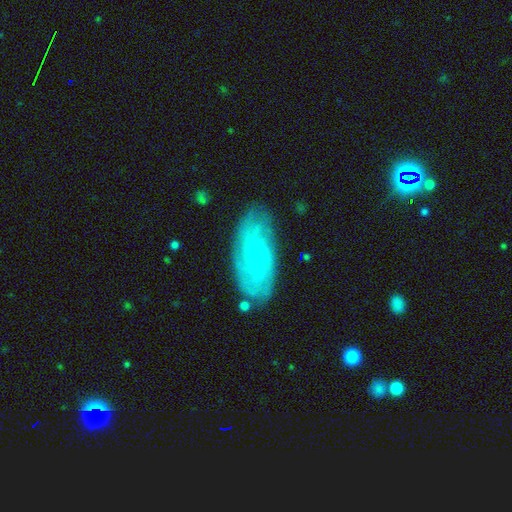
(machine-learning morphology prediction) Q: Smooth or featured?
A: featured or disk (72%); runner-up: smooth (21%)
Q: Edge-on disk?
A: no (92%); runner-up: yes (8%)
Q: Bar?
A: no (77%); runner-up: weak (19%)
Q: Spiral arms?
A: yes (90%); runner-up: no (10%)
Q: Spiral winding?
A: tight (71%); runner-up: medium (23%)
Q: Spiral arm count?
A: can't tell (49%); runner-up: 2 (16%)
Q: Bulge size?
A: small (86%); runner-up: moderate (11%)
Q: Merging?
A: none (79%); runner-up: minor disturbance (16%)